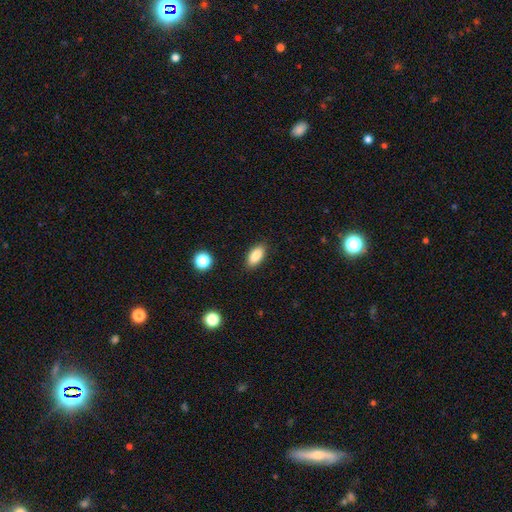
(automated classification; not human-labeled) Smooth or featured: smooth — 87% (star or artifact — 8%)
How rounded: in between — 88% (cigar-shaped — 9%)
Merging: none — 88% (minor disturbance — 9%)